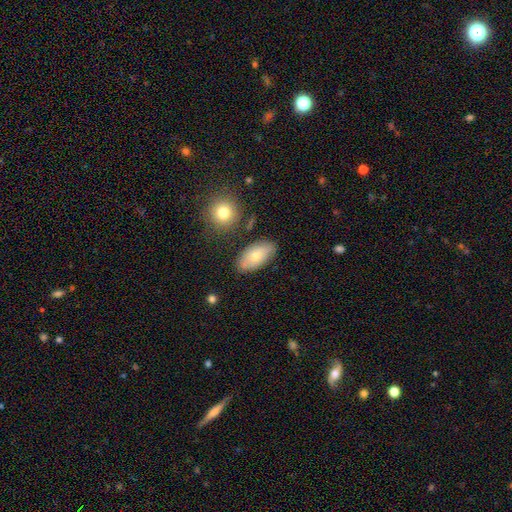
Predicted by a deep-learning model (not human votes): Q: Smooth or featured?
A: smooth (68%); runner-up: featured or disk (25%)
Q: How rounded?
A: in between (92%); runner-up: round (5%)
Q: Merging?
A: none (77%); runner-up: minor disturbance (15%)